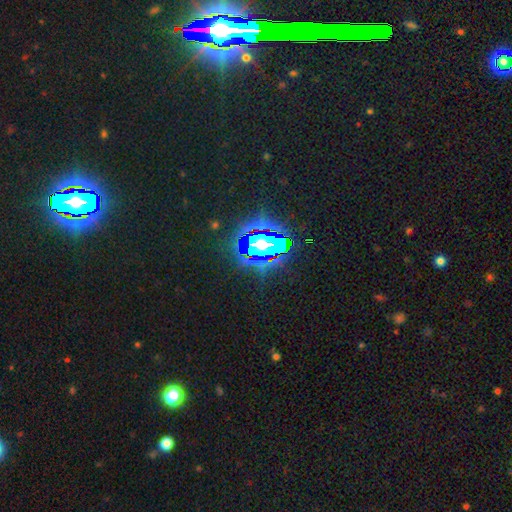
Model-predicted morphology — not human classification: The model was most divided on "smooth or featured": star or artifact: 69%, smooth: 17%, featured or disk: 15%.